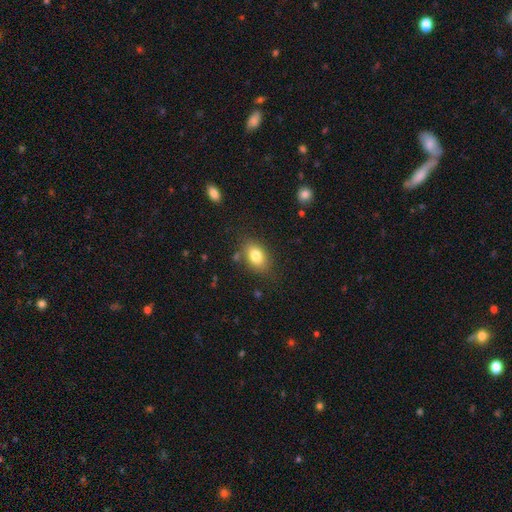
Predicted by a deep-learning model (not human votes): This is clearly a smooth galaxy (80%). How rounded: clearly in between (80%). Merging: likely none (78%).